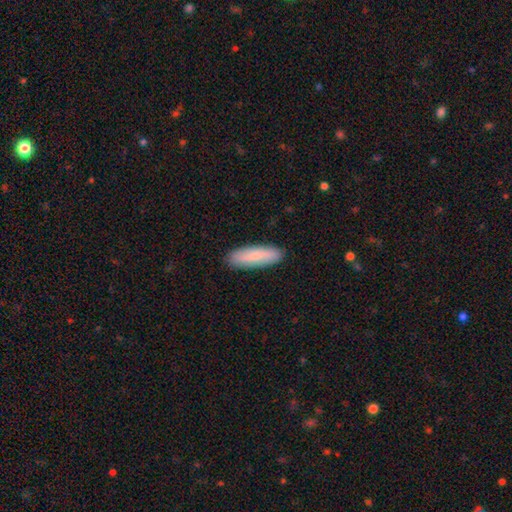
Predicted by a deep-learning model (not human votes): A smooth galaxy with no disk features (79%) that is cigar-shaped (59%).

Vote fractions:
- Smooth or featured? smooth: 79% / featured or disk: 15% / star or artifact: 6%
- How rounded? cigar-shaped: 59% / in between: 39% / round: 2%
- Merging? none: 90% / minor disturbance: 8% / major disturbance: 2% / merger: 1%